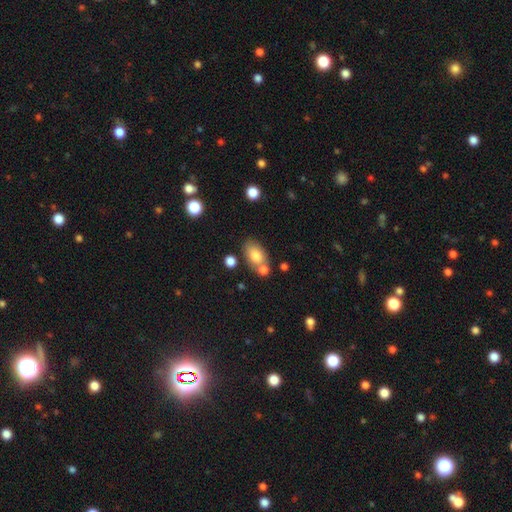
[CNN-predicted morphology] smooth_or_featured: smooth (p=0.80) [alt: featured or disk p=0.12]
how_rounded: in between (p=0.88) [alt: round p=0.10]
merging: none (p=0.61) [alt: merger p=0.21]